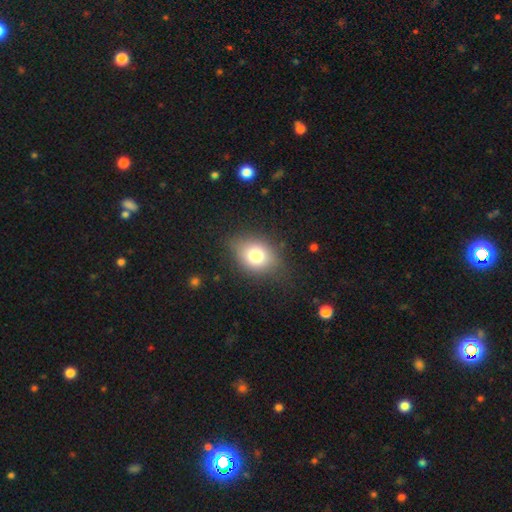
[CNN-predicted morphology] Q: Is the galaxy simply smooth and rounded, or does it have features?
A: smooth — 76%.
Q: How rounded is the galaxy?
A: in between — 63%.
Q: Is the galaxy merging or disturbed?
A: none — 75%.